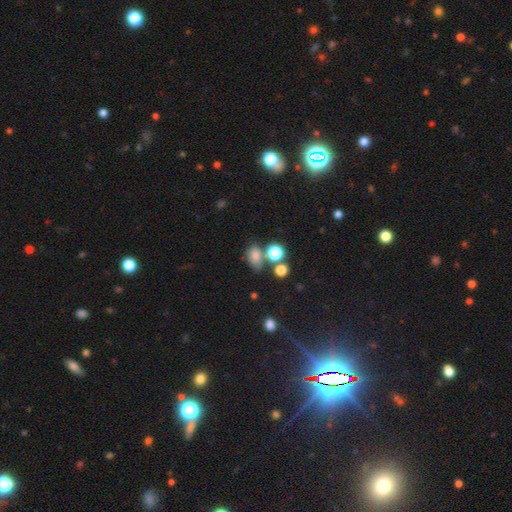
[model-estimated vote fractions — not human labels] This appears to be a smooth galaxy with no disk features (73%) that is in between round and cigar-shaped (72%). Merging: none (51%).